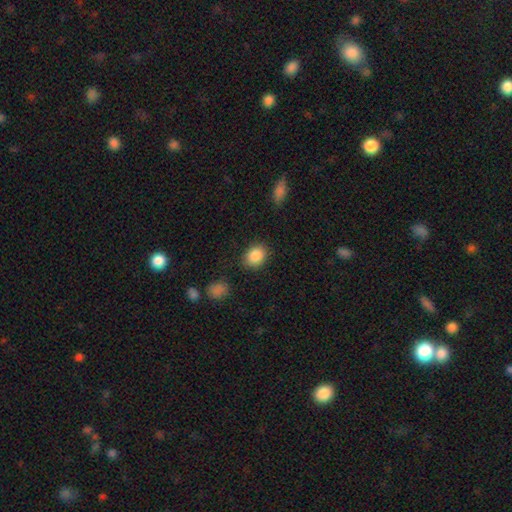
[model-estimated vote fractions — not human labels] Smooth or featured?
  - smooth: 87% *
  - star or artifact: 8%
  - featured or disk: 5%
How rounded?
  - in between: 51% *
  - round: 48%
  - cigar-shaped: 1%
Merging?
  - none: 83% *
  - minor disturbance: 12%
  - major disturbance: 3%
  - merger: 2%